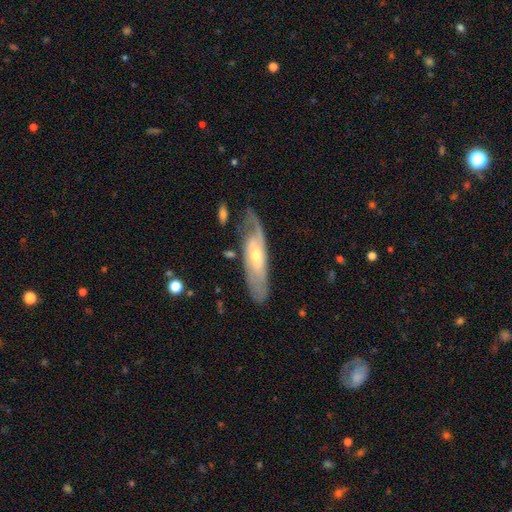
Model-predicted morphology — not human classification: Q: Smooth or featured?
A: featured or disk (76%); runner-up: smooth (19%)
Q: Edge-on disk?
A: no (78%); runner-up: yes (22%)
Q: Bar?
A: no (55%); runner-up: weak (34%)
Q: Spiral arms?
A: yes (87%); runner-up: no (13%)
Q: Spiral winding?
A: tight (44%); runner-up: medium (38%)
Q: Spiral arm count?
A: 2 (53%); runner-up: can't tell (30%)
Q: Bulge size?
A: small (49%); runner-up: moderate (47%)
Q: Merging?
A: none (69%); runner-up: minor disturbance (19%)